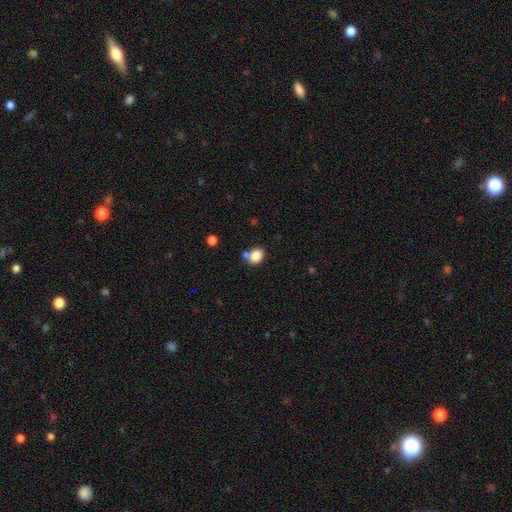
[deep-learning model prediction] The model was most divided on "how rounded": in between: 55%, round: 44%, cigar-shaped: 1%. More confident: smooth or featured — smooth (84%); merging — none (59%).